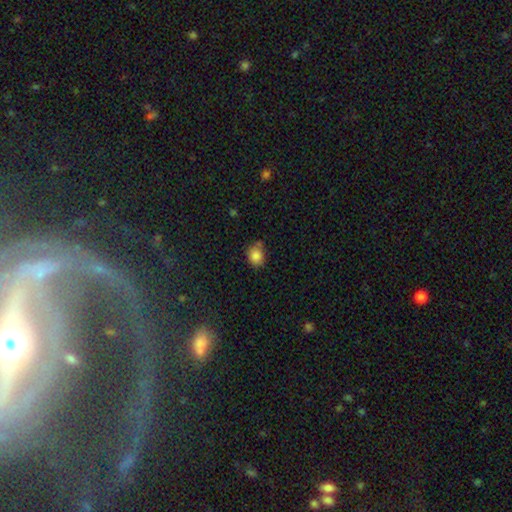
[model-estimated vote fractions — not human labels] Smooth or featured?
  - smooth: 84% *
  - star or artifact: 10%
  - featured or disk: 5%
How rounded?
  - round: 68% *
  - in between: 31%
  - cigar-shaped: 1%
Merging?
  - none: 66% *
  - minor disturbance: 21%
  - merger: 9%
  - major disturbance: 4%